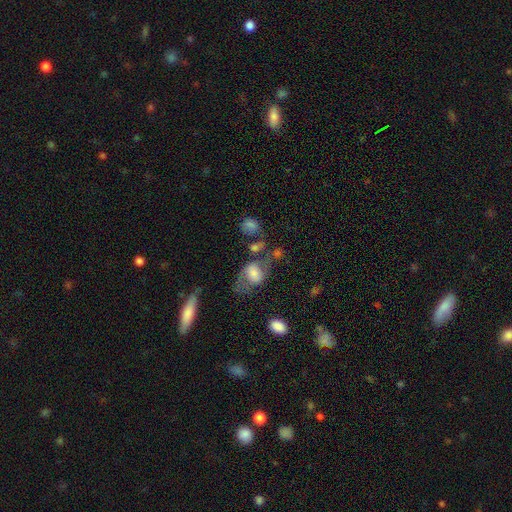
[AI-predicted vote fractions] Smooth or featured? smooth (40%)
Merging? none (61%)